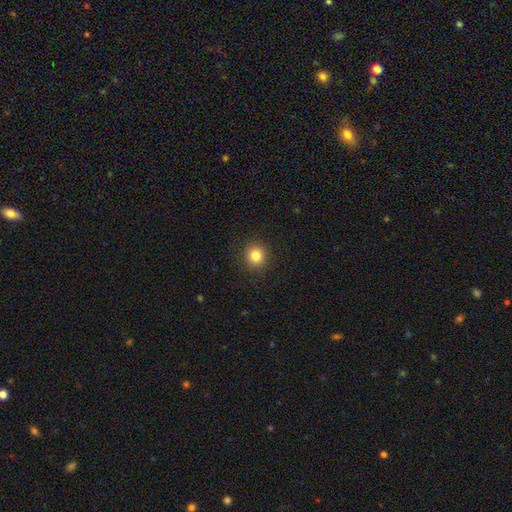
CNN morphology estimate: smooth 83%, star or artifact 11%, featured or disk 5%. Down the decision tree: how rounded — round (90%); merging — none (92%).